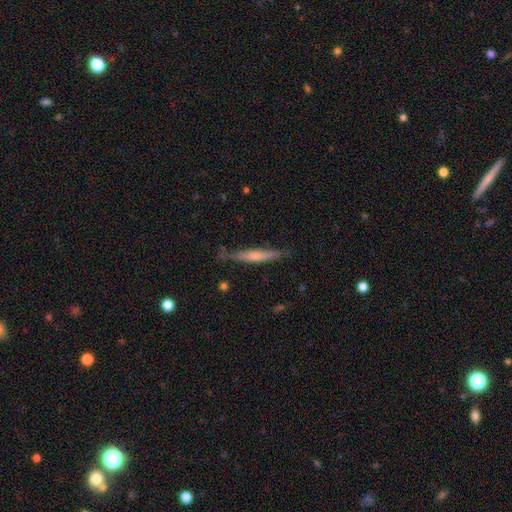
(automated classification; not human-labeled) This appears to be a smooth galaxy with no disk features (48%). Merging: none (79%).